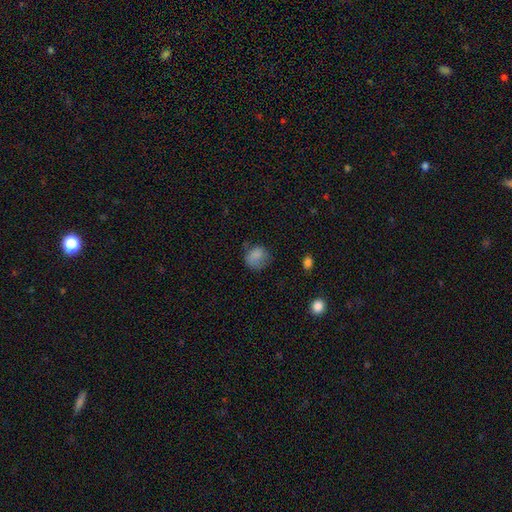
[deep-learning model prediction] Morphology: type=smooth (79%); roundness=round (67%); merging=none (49%).